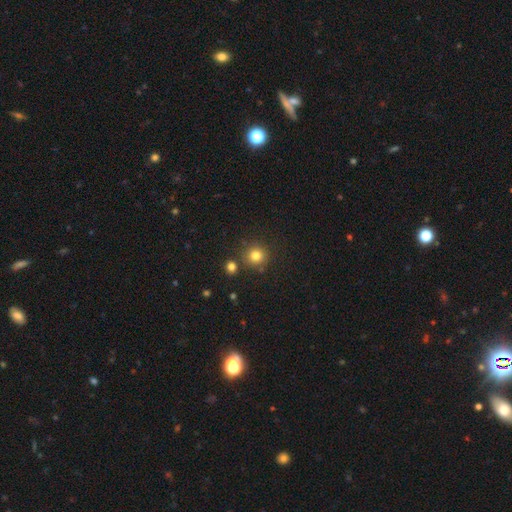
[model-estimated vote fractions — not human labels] smooth_or_featured: smooth (p=0.81) [alt: star or artifact p=0.13]
how_rounded: round (p=0.92) [alt: in between p=0.07]
merging: none (p=0.81) [alt: minor disturbance p=0.08]